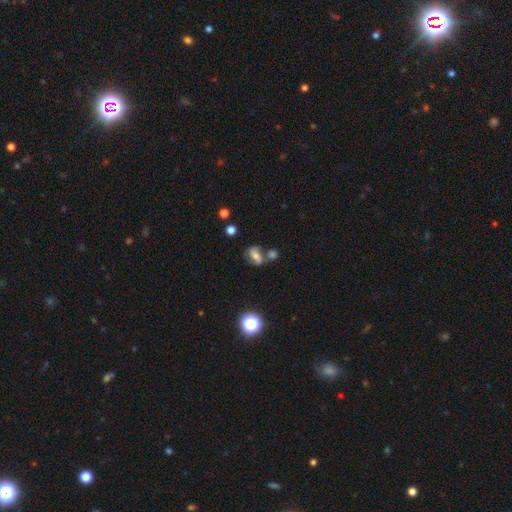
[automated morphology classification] smooth 49%, featured or disk 36%, star or artifact 15%. Down the decision tree: merging — none (46%).